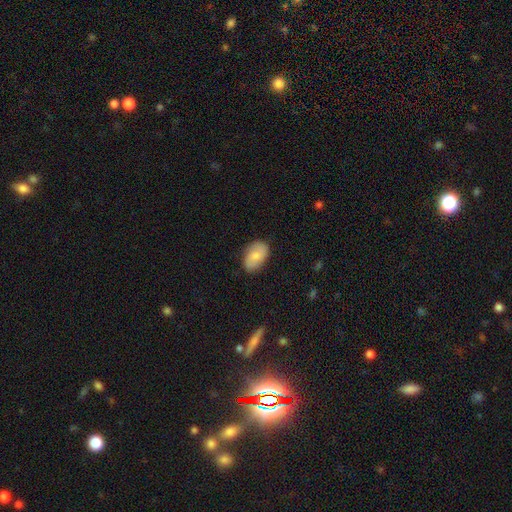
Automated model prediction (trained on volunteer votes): smooth-or-featured: smooth: 68% | featured or disk: 25% | star or artifact: 7%
  how-rounded: in between: 89% | round: 9% | cigar-shaped: 1%
  merging: none: 79% | minor disturbance: 17% | major disturbance: 3% | merger: 1%